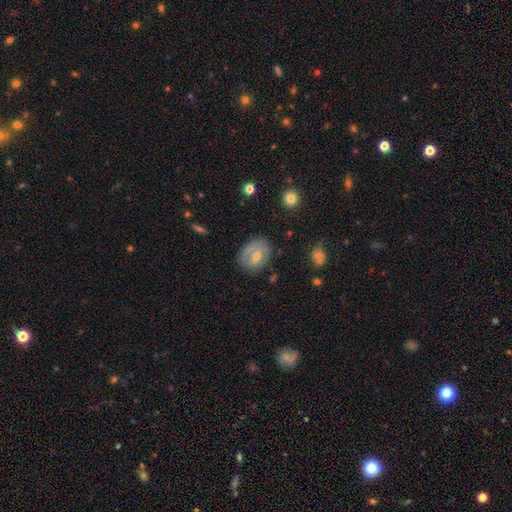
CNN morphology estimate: This is possibly a featured or disk galaxy (49%). Merging: likely none (70%).